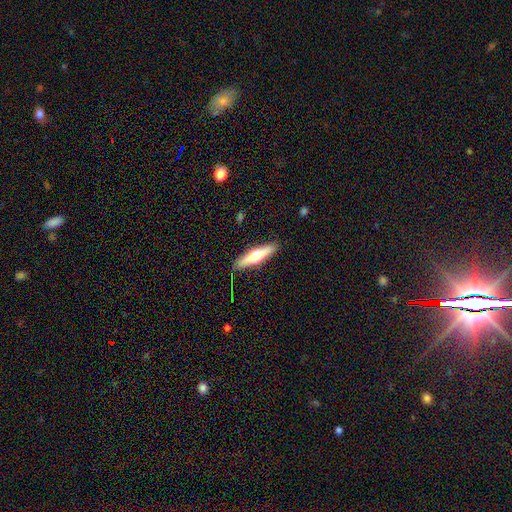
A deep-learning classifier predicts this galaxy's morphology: Smooth or featured? featured or disk (49%)
Merging? none (89%)